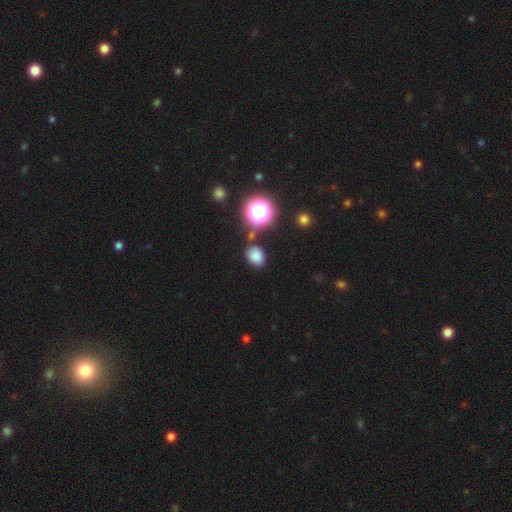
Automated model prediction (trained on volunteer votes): This appears to be a smooth galaxy with no disk features (76%) that is in between round and cigar-shaped (55%). Merging: none (72%).